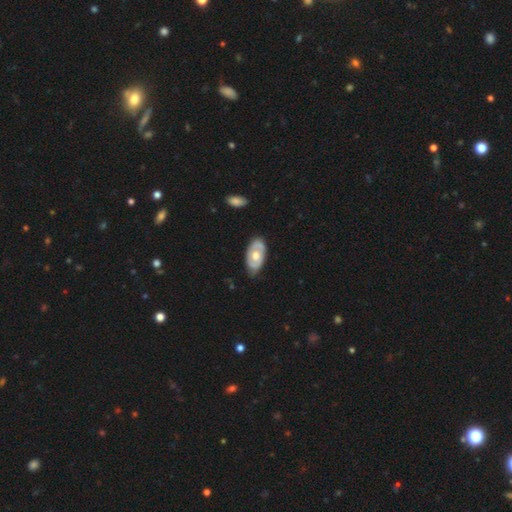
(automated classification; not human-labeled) Q: Smooth or featured?
A: featured or disk (57%); runner-up: smooth (39%)
Q: Edge-on disk?
A: no (90%); runner-up: yes (10%)
Q: Bar?
A: no (85%); runner-up: weak (12%)
Q: Spiral arms?
A: no (61%); runner-up: yes (39%)
Q: Bulge size?
A: moderate (74%); runner-up: large (14%)
Q: Merging?
A: none (75%); runner-up: minor disturbance (20%)